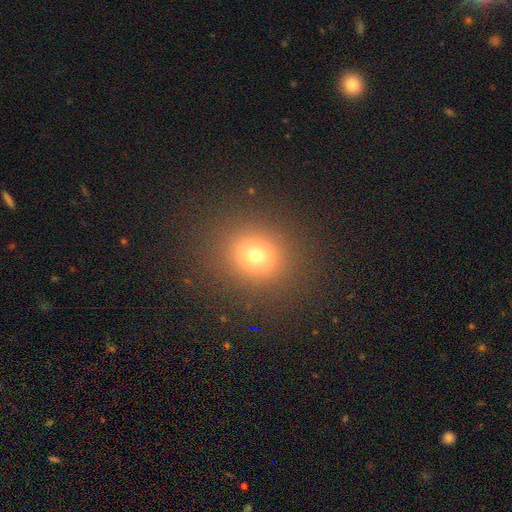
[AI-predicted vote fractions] Smooth or featured? smooth (71%)
How rounded? round (79%)
Merging? none (88%)